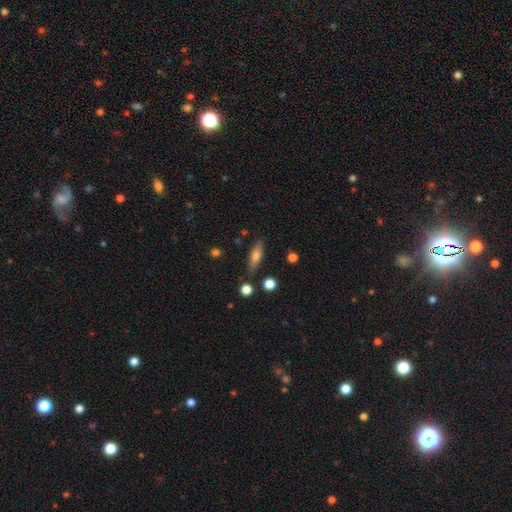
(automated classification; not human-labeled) smooth-or-featured: smooth: 66% | featured or disk: 26% | star or artifact: 9%
  how-rounded: cigar-shaped: 50% | in between: 46% | round: 4%
  merging: none: 82% | minor disturbance: 12% | merger: 4% | major disturbance: 3%